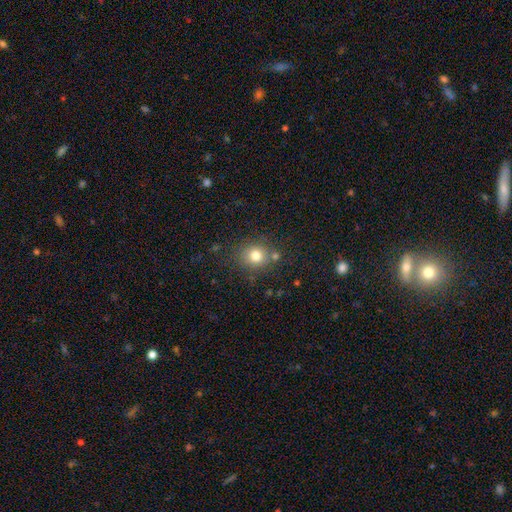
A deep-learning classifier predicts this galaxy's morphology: smooth-or-featured: smooth: 77% | star or artifact: 14% | featured or disk: 9%
  how-rounded: round: 81% | in between: 18% | cigar-shaped: 1%
  merging: none: 77% | minor disturbance: 11% | merger: 9% | major disturbance: 4%